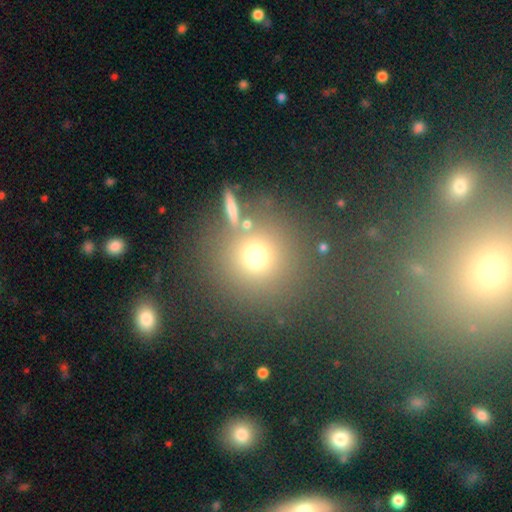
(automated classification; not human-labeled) smooth_or_featured: smooth (p=0.69) [alt: star or artifact p=0.20]
how_rounded: round (p=0.90) [alt: in between p=0.09]
merging: none (p=0.71) [alt: merger p=0.13]